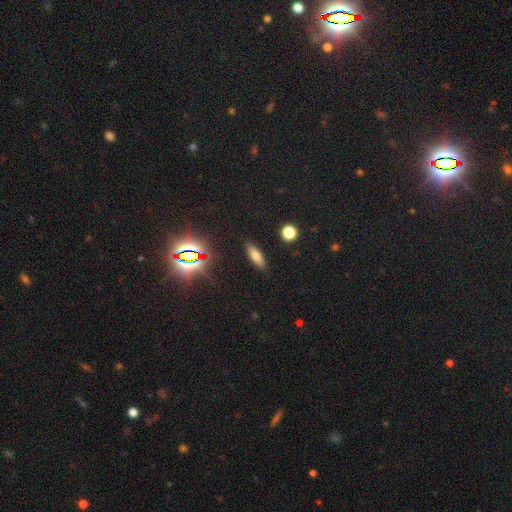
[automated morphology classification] Q: Smooth or featured?
A: smooth (66%); runner-up: star or artifact (17%)
Q: How rounded?
A: in between (56%); runner-up: cigar-shaped (40%)
Q: Merging?
A: none (88%); runner-up: minor disturbance (8%)